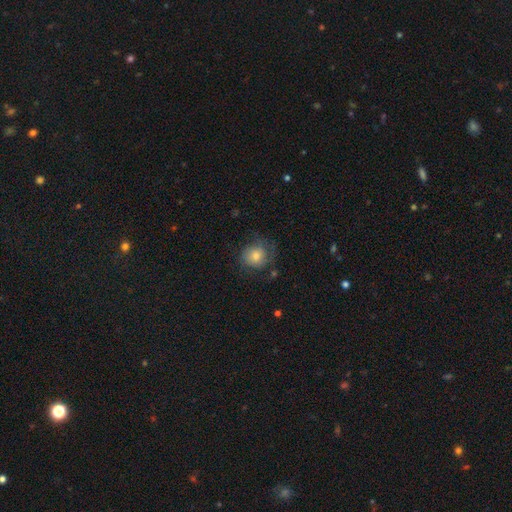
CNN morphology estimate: smooth-or-featured: smooth: 59% | featured or disk: 30% | star or artifact: 10%
  how-rounded: round: 80% | in between: 19% | cigar-shaped: 1%
  merging: none: 65% | minor disturbance: 21% | major disturbance: 12% | merger: 2%